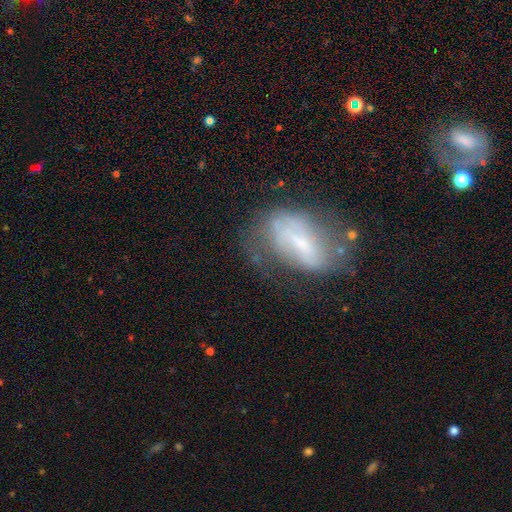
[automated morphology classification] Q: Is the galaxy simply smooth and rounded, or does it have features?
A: featured or disk — 53%.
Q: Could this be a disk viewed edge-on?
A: no — 92%.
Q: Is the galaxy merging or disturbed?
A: none — 42%.